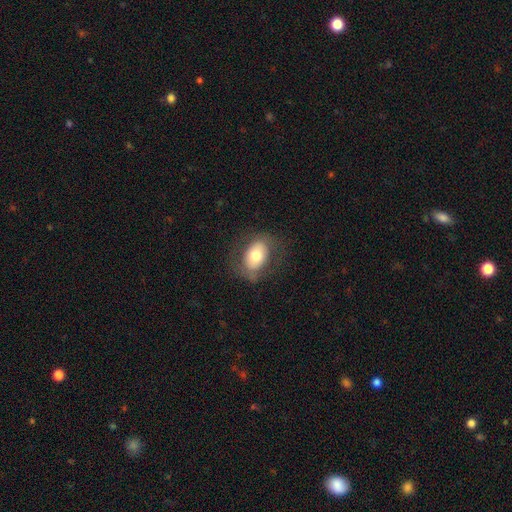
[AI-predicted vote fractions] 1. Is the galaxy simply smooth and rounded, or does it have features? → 67% smooth, 26% featured or disk, 7% star or artifact.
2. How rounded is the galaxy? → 81% in between, 17% round, 1% cigar-shaped.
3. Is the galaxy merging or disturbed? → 72% none, 17% minor disturbance, 10% major disturbance, 1% merger.